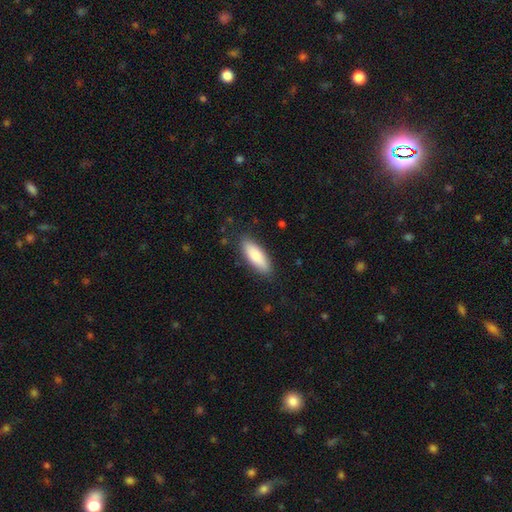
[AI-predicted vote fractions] Smooth or featured?
  - smooth: 84% *
  - featured or disk: 11%
  - star or artifact: 5%
How rounded?
  - in between: 62% *
  - cigar-shaped: 36%
  - round: 2%
Merging?
  - none: 85% *
  - minor disturbance: 11%
  - major disturbance: 2%
  - merger: 1%